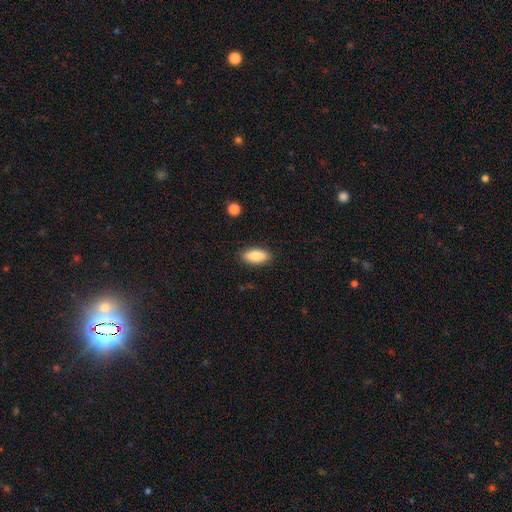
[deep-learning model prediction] A smooth galaxy with no disk features (84%) that is in between round and cigar-shaped (85%). Merging: none (88%).